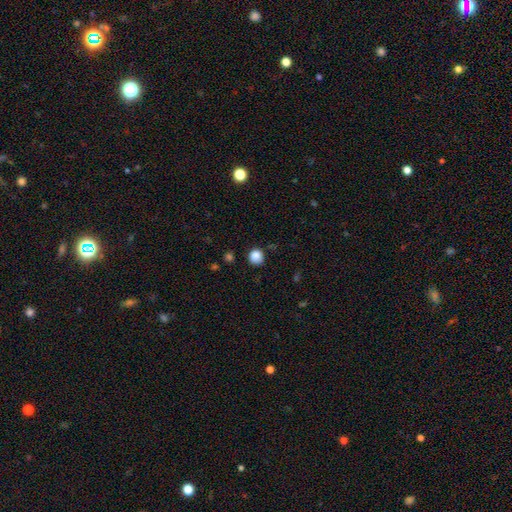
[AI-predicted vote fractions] A smooth galaxy with no disk features (85%) that is round (89%). Merging: none (83%).